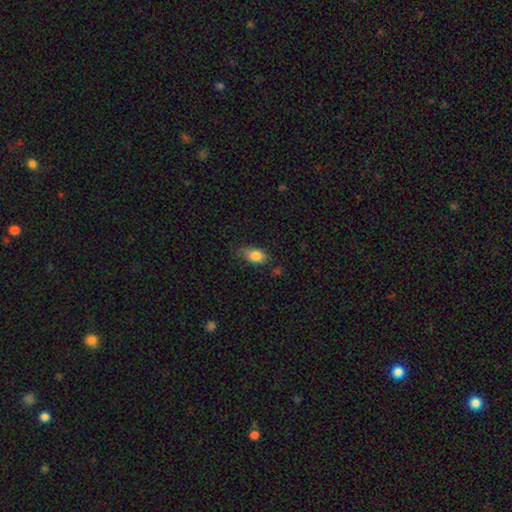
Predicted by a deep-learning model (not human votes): smooth_or_featured: smooth (p=0.84) [alt: star or artifact p=0.08]
how_rounded: in between (p=0.85) [alt: round p=0.10]
merging: none (p=0.65) [alt: minor disturbance p=0.26]